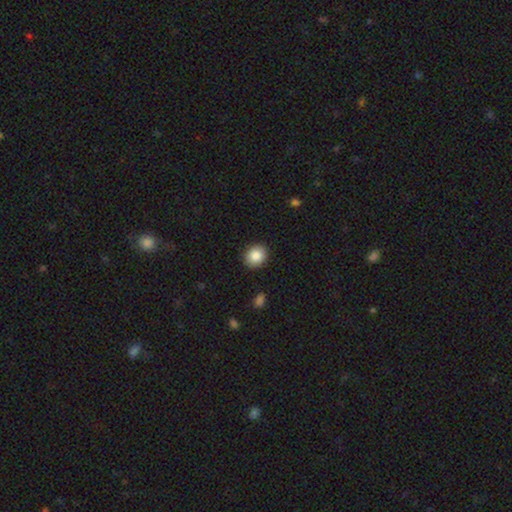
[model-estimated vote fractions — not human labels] Smooth or featured?
  - smooth: 86% *
  - star or artifact: 8%
  - featured or disk: 6%
How rounded?
  - round: 69% *
  - in between: 30%
  - cigar-shaped: 1%
Merging?
  - none: 90% *
  - minor disturbance: 7%
  - major disturbance: 2%
  - merger: 1%